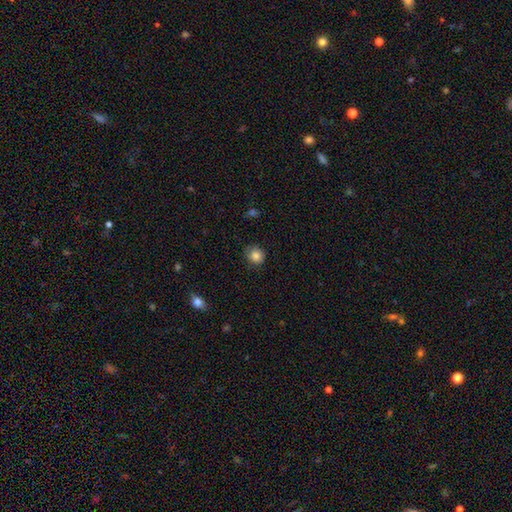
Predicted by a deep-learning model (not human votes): smooth 84%, star or artifact 10%, featured or disk 7%. Down the decision tree: how rounded — round (81%); merging — none (77%).